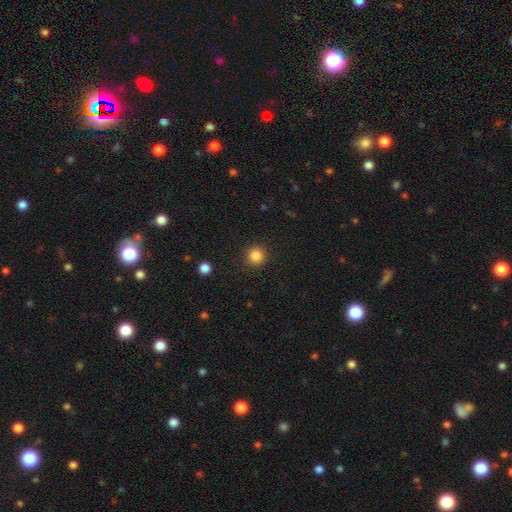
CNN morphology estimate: Smooth or featured? smooth (85%)
How rounded? round (93%)
Merging? none (91%)